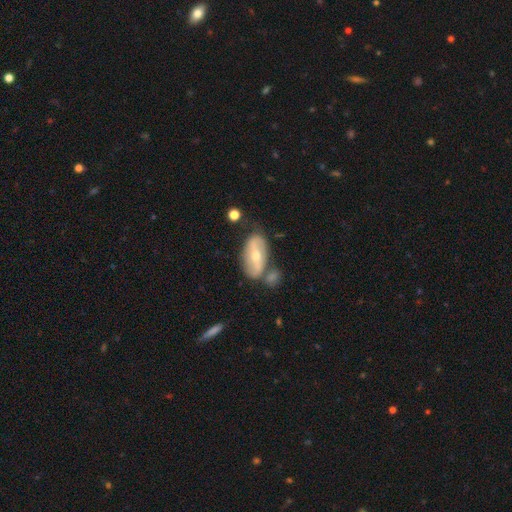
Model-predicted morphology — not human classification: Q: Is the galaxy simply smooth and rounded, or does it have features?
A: featured or disk — 64%.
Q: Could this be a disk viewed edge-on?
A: no — 87%.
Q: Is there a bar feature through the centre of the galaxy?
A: strong — 41%.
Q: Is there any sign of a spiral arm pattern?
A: yes — 62%.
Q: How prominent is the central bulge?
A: moderate — 56%.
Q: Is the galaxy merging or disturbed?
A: none — 59%.